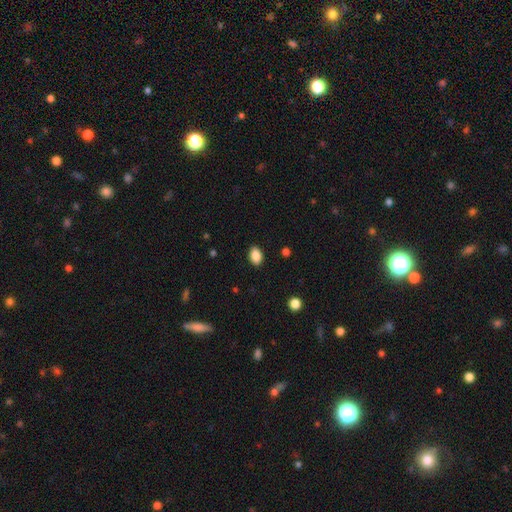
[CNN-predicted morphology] smooth 87%, star or artifact 8%, featured or disk 4%. Down the decision tree: how rounded — in between (84%); merging — none (89%).